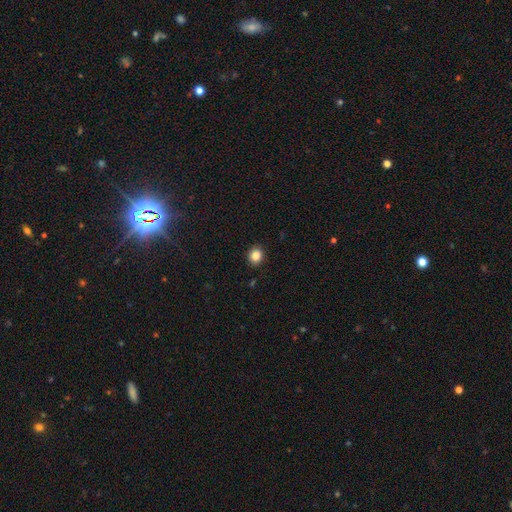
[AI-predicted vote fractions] This appears to be a smooth galaxy with no disk features (85%) that is round (76%). Merging: none (92%).